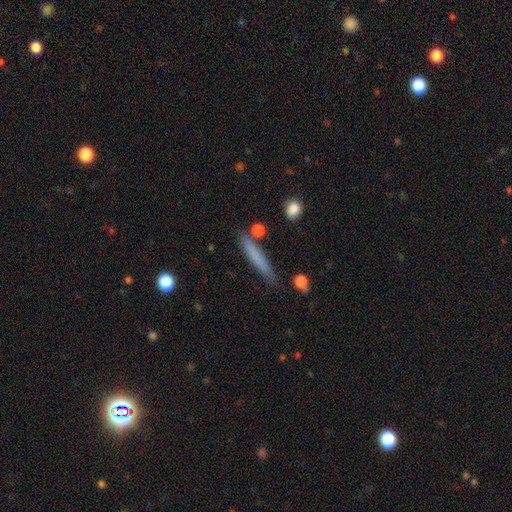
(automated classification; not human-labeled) Smooth or featured?
  - smooth: 69% *
  - featured or disk: 24%
  - star or artifact: 7%
How rounded?
  - cigar-shaped: 94% *
  - in between: 4%
  - round: 2%
Merging?
  - none: 80% *
  - minor disturbance: 14%
  - merger: 4%
  - major disturbance: 3%